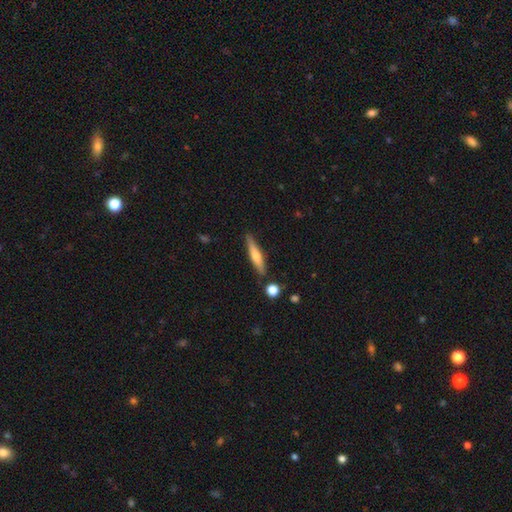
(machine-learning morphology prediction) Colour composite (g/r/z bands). It shows a smooth galaxy with no disk features (47%). Merging: none (85%).